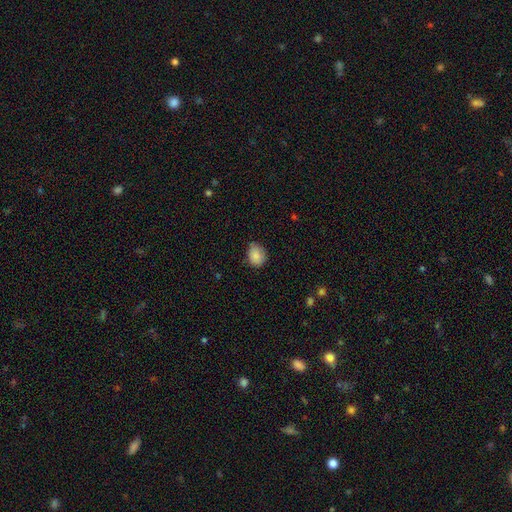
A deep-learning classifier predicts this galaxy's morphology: Smooth or featured: smooth — 86% (star or artifact — 8%)
How rounded: round — 53% (in between — 46%)
Merging: none — 64% (minor disturbance — 30%)